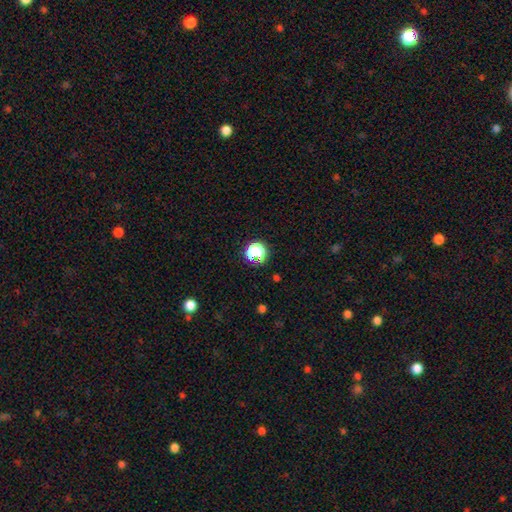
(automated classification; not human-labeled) smooth 52%, star or artifact 40%, featured or disk 8%. Down the decision tree: how rounded — round (86%); merging — none (80%).